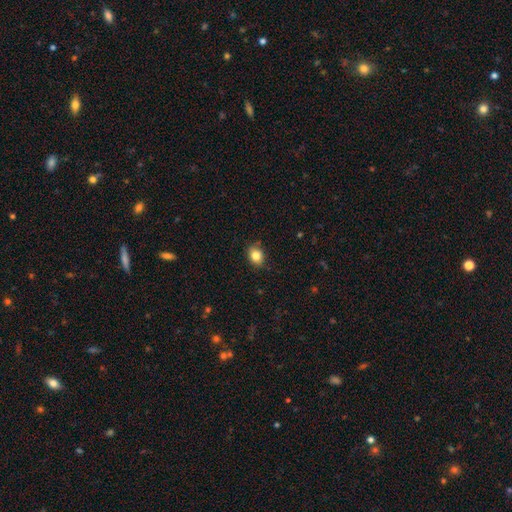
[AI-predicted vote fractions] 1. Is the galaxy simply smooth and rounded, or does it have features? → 84% smooth, 10% star or artifact, 7% featured or disk.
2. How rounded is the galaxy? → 50% in between, 49% round, 1% cigar-shaped.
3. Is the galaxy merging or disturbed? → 86% none, 11% minor disturbance, 2% major disturbance, 1% merger.